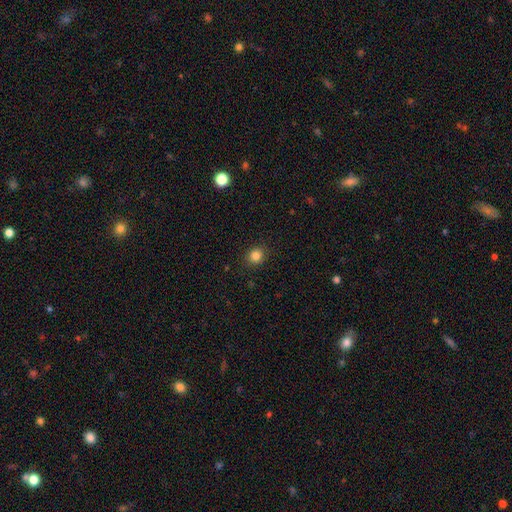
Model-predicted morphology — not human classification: smooth_or_featured: smooth (p=0.84) [alt: star or artifact p=0.12]
how_rounded: round (p=0.78) [alt: in between p=0.21]
merging: none (p=0.90) [alt: minor disturbance p=0.07]